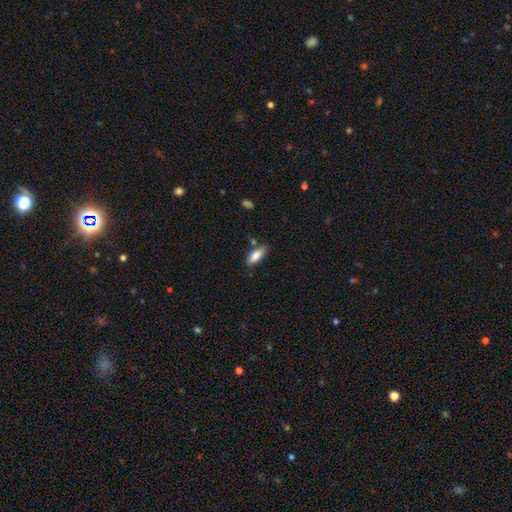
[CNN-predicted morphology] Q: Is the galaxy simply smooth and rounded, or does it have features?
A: smooth — 83%.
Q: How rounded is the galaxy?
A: in between — 80%.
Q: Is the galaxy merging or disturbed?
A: none — 72%.